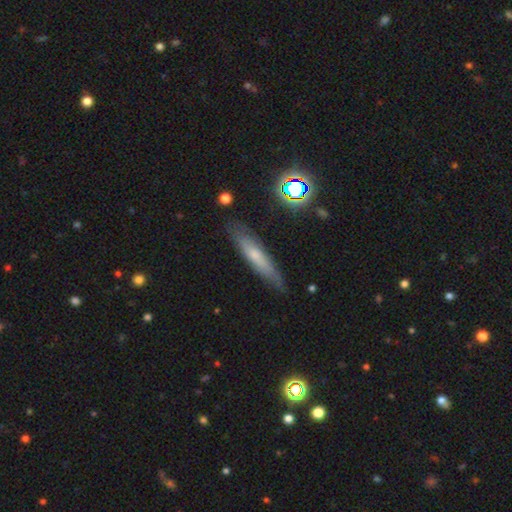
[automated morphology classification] Smooth or featured? Predicted: smooth (p=0.52). How rounded? Predicted: cigar-shaped (p=0.85). Merging? Predicted: none (p=0.78).